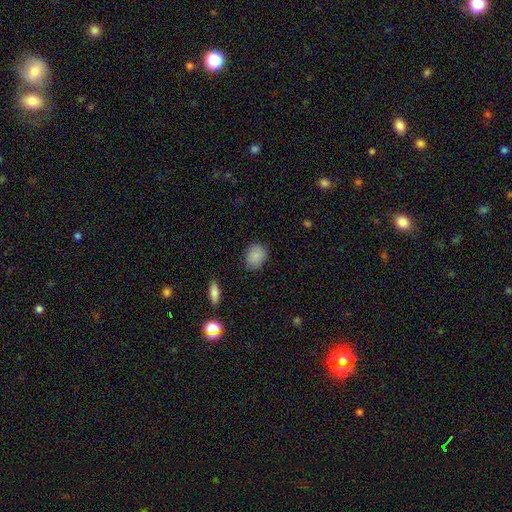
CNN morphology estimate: Smooth or featured? smooth (87%)
How rounded? round (54%)
Merging? none (85%)